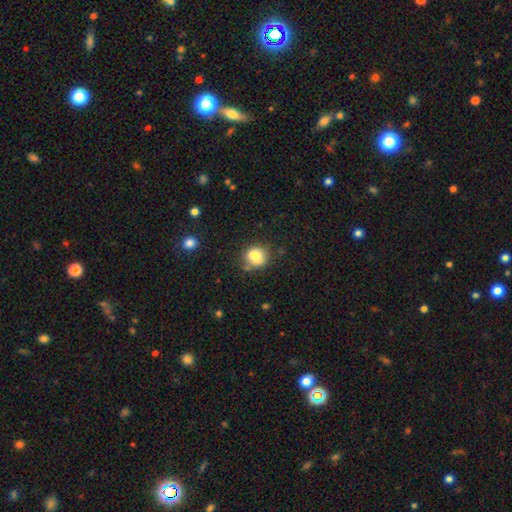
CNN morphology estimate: This is likely a smooth galaxy (76%). How rounded: likely round (77%). Merging: possibly none (57%).